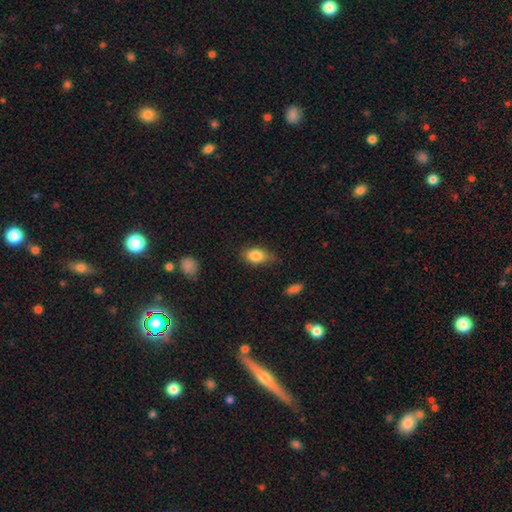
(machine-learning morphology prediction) This is clearly a smooth galaxy (83%). How rounded: clearly in between (81%). Merging: possibly none (56%).